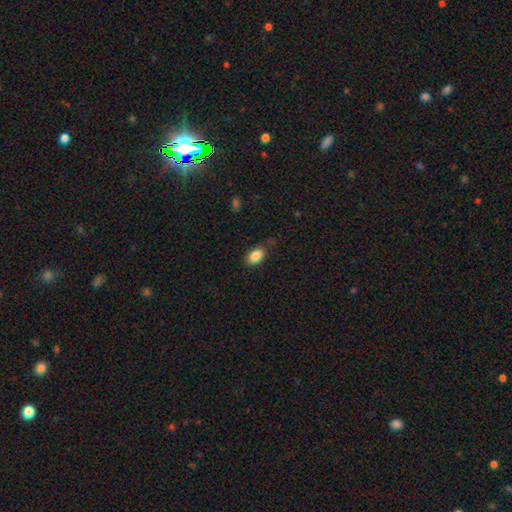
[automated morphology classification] Smooth or featured? smooth (87%)
How rounded? in between (91%)
Merging? none (79%)